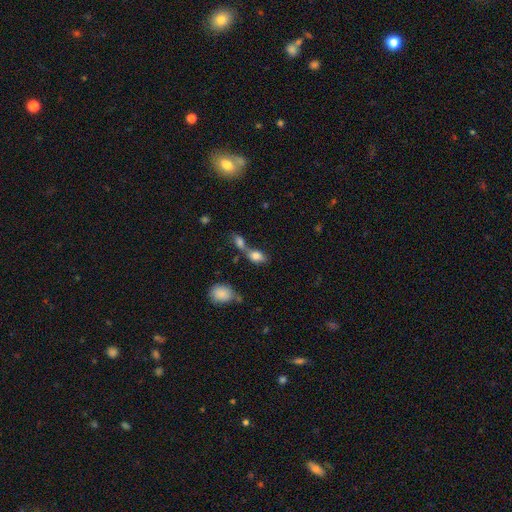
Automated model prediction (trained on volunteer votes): This is likely a smooth galaxy (80%). How rounded: clearly in between (81%). Merging: possibly merger (57%).